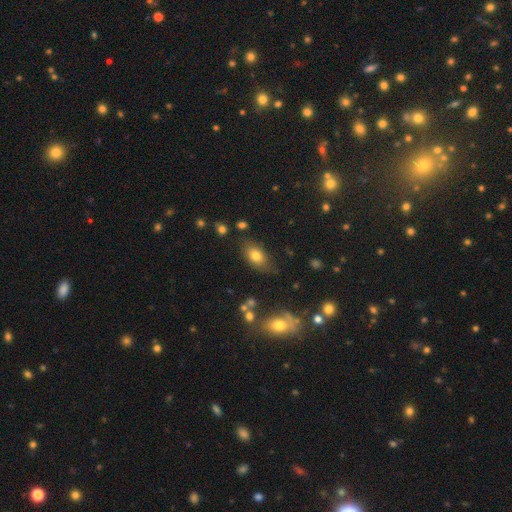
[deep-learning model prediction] smooth-or-featured: smooth: 78% | featured or disk: 12% | star or artifact: 10%
  how-rounded: in between: 87% | round: 10% | cigar-shaped: 3%
  merging: none: 75% | minor disturbance: 17% | major disturbance: 4% | merger: 3%